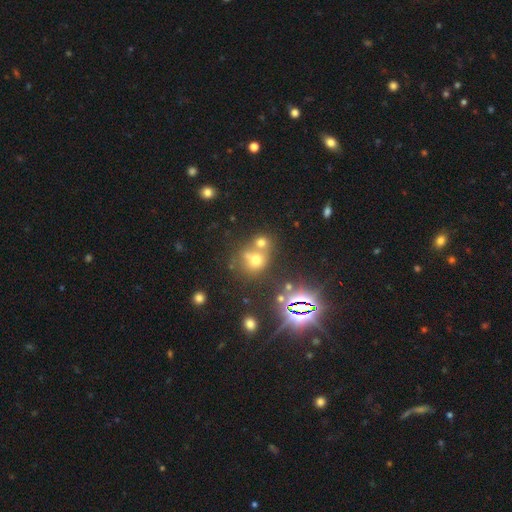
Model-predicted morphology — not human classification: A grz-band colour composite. It shows a star or artifact, not a galaxy (43%).